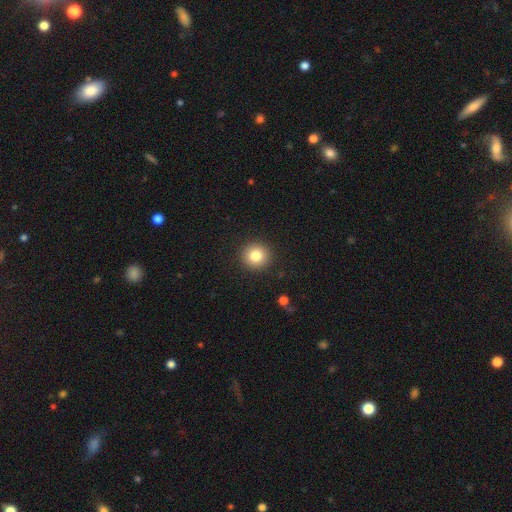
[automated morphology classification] smooth 82%, star or artifact 10%, featured or disk 8%. Down the decision tree: how rounded — round (93%); merging — none (92%).